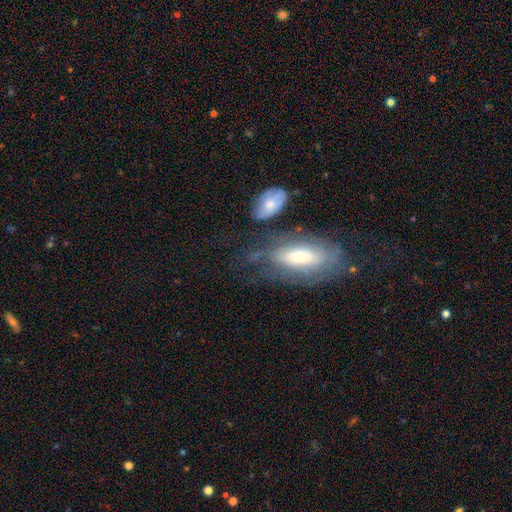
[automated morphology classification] featured or disk 50%, smooth 39%, star or artifact 11%. Down the decision tree: merging — none (51%).